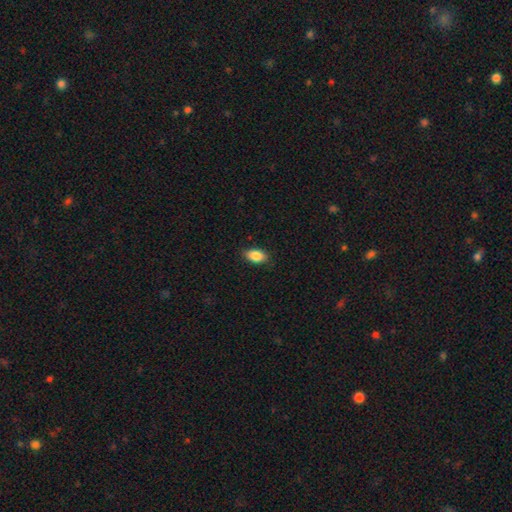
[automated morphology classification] This appears to be a smooth galaxy with no disk features (87%) that is in between round and cigar-shaped (91%). Merging: none (86%).